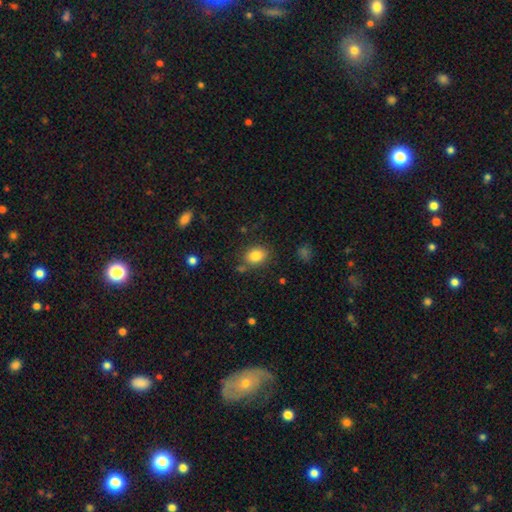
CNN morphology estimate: Smooth or featured: smooth — 84% (star or artifact — 10%)
How rounded: in between — 60% (round — 39%)
Merging: none — 77% (minor disturbance — 13%)